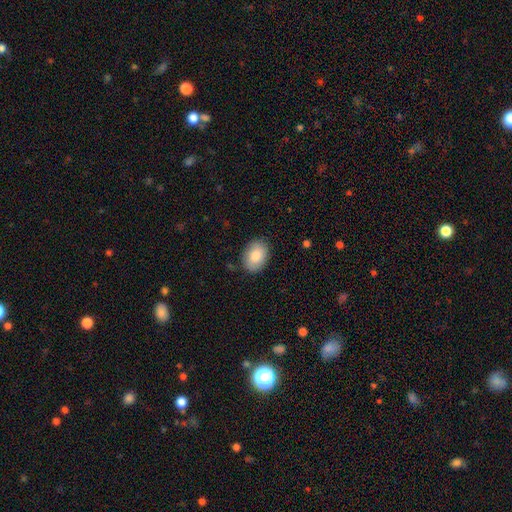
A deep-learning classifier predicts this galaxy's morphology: This is clearly a smooth galaxy (85%). How rounded: likely in between (78%). Merging: clearly none (85%).